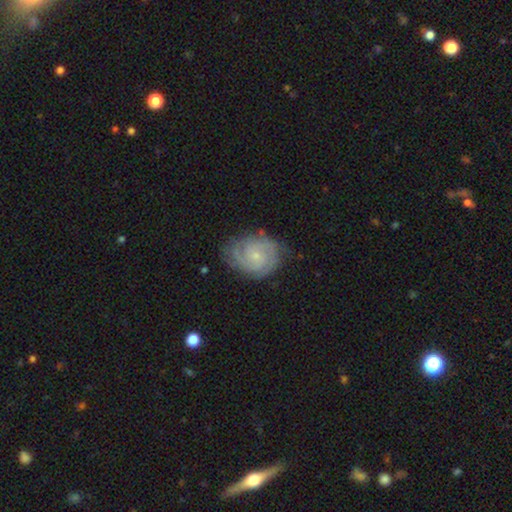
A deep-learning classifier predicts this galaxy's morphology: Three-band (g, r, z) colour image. It shows a featured or disk galaxy (79%) with no bar (68%), 2 (44%) tight (65%) spiral arms (96%) and a small central bulge (76%). Merging: none (76%).